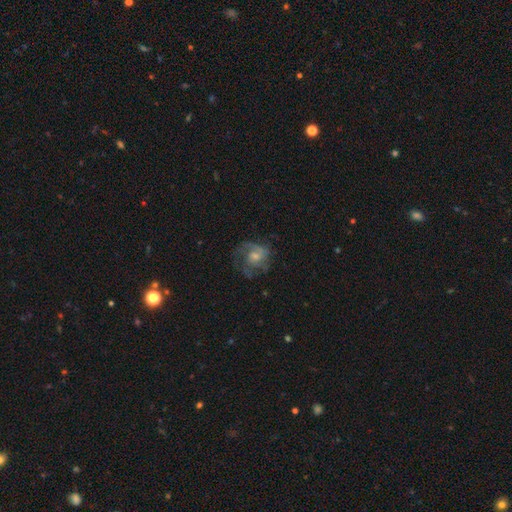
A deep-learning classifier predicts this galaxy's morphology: featured or disk 70%, smooth 22%, star or artifact 8%. Down the decision tree: edge-on disk — no (98%); bar — no (65%); spiral arms — yes (85%); spiral arm count — 2 (32%); spiral winding — medium (45%); bulge size — moderate (50%); merging — none (54%).